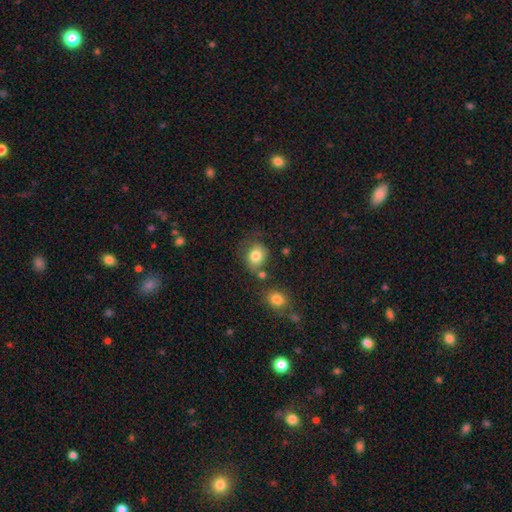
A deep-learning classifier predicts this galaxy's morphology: smooth_or_featured: smooth (p=0.81) [alt: star or artifact p=0.10]
how_rounded: round (p=0.56) [alt: in between p=0.43]
merging: none (p=0.60) [alt: minor disturbance p=0.21]